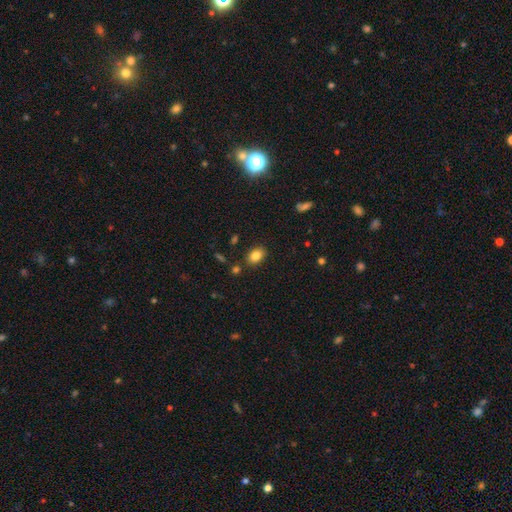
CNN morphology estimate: Smooth or featured: smooth — 83% (star or artifact — 10%)
How rounded: in between — 77% (round — 21%)
Merging: none — 83% (minor disturbance — 10%)